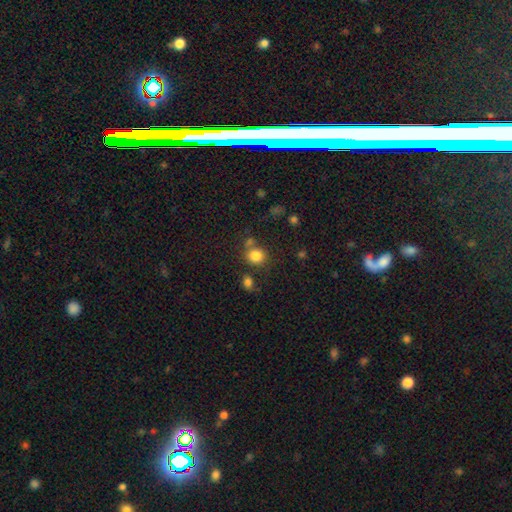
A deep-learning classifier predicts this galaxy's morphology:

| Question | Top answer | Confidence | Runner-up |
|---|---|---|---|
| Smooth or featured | smooth | 82% | star or artifact (12%) |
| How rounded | round | 80% | in between (19%) |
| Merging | none | 70% | merger (15%) |